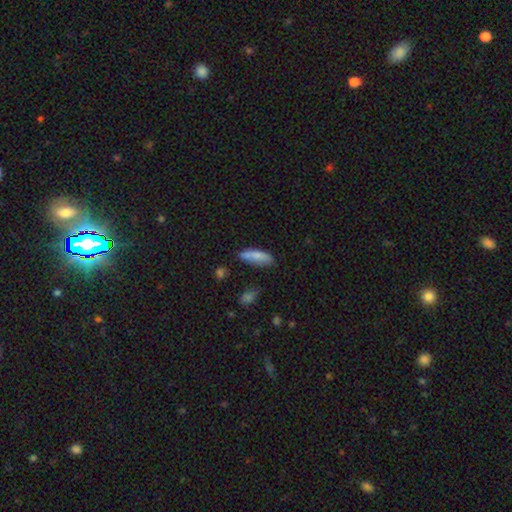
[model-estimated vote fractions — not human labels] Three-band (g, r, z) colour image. It shows a smooth galaxy with no disk features (80%) that is in between round and cigar-shaped (50%). Merging: none (66%).